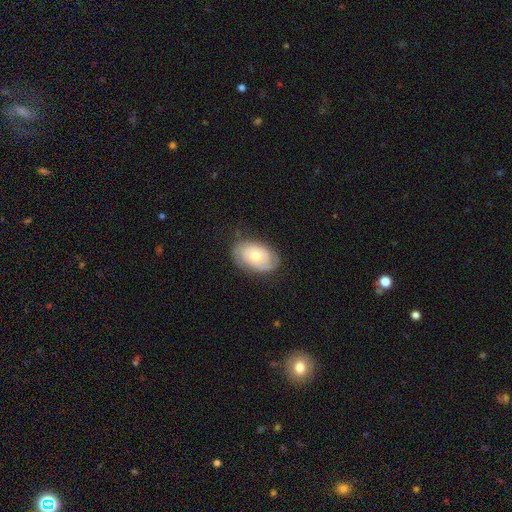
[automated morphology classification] Q: Smooth or featured?
A: featured or disk (59%); runner-up: smooth (35%)
Q: Edge-on disk?
A: no (94%); runner-up: yes (6%)
Q: Bar?
A: no (81%); runner-up: weak (16%)
Q: Spiral arms?
A: yes (75%); runner-up: no (25%)
Q: Bulge size?
A: moderate (67%); runner-up: small (26%)
Q: Merging?
A: none (76%); runner-up: minor disturbance (17%)